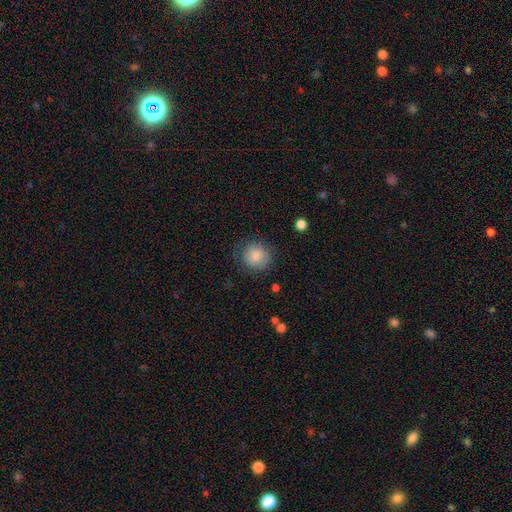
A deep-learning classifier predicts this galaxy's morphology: A smooth galaxy with no disk features (83%) that is round (88%).

Vote fractions:
- Smooth or featured? smooth: 83% / star or artifact: 9% / featured or disk: 9%
- How rounded? round: 88% / in between: 11% / cigar-shaped: 1%
- Merging? none: 78% / minor disturbance: 15% / major disturbance: 6% / merger: 1%